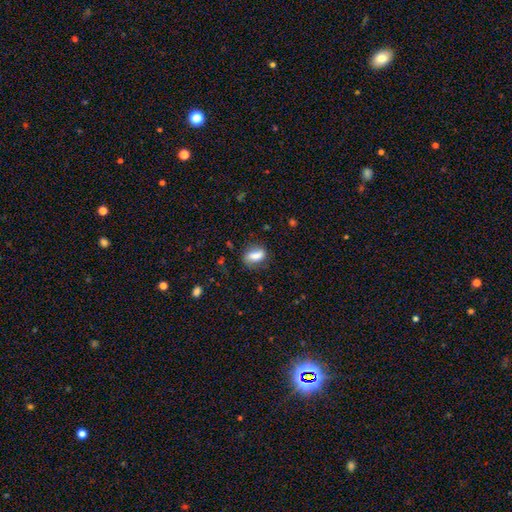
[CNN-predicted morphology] Smooth or featured? Predicted: smooth (p=0.76). How rounded? Predicted: in between (p=0.77). Merging? Predicted: none (p=0.70).